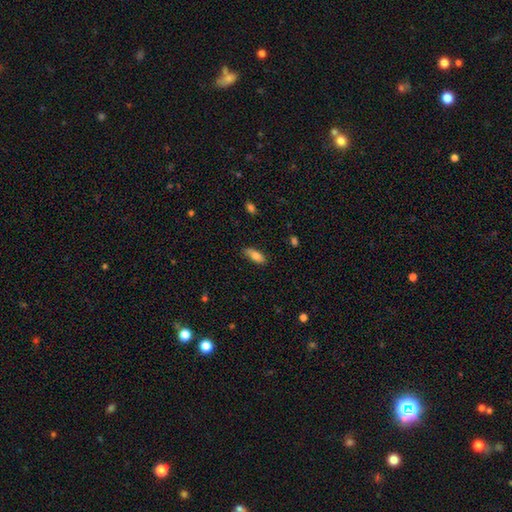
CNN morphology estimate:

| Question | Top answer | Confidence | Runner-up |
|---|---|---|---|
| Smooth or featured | smooth | 80% | featured or disk (13%) |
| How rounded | in between | 76% | cigar-shaped (22%) |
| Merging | none | 80% | minor disturbance (16%) |